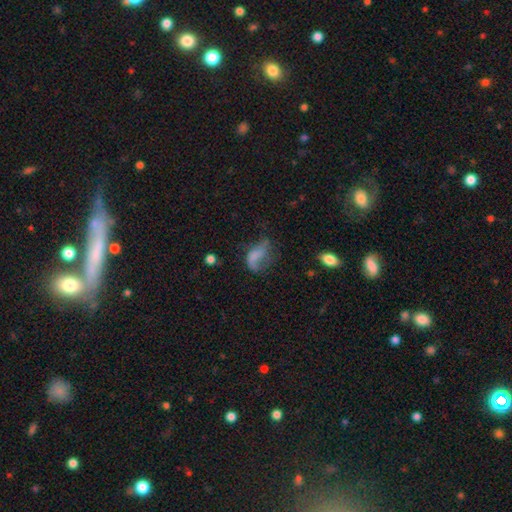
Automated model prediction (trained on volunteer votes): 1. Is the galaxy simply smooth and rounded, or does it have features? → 51% smooth, 35% featured or disk, 14% star or artifact.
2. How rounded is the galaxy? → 82% in between, 13% round, 5% cigar-shaped.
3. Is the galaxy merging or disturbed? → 44% major disturbance, 28% none, 23% minor disturbance, 5% merger.